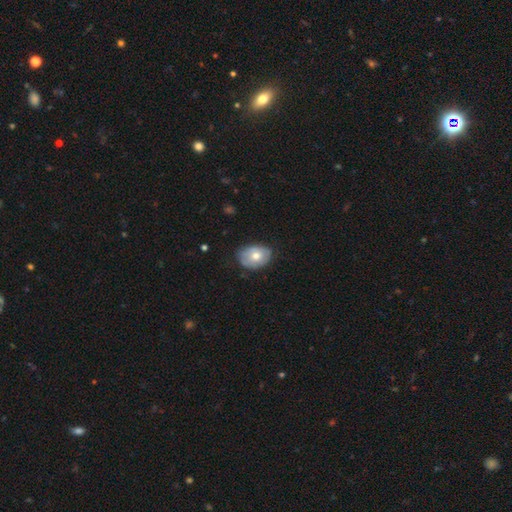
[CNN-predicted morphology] Smooth or featured? Predicted: smooth (p=0.60). How rounded? Predicted: in between (p=0.72). Merging? Predicted: none (p=0.67).